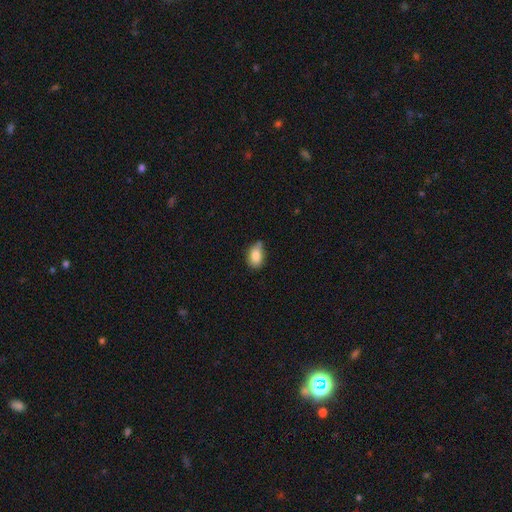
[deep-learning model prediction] A smooth galaxy with no disk features (84%) that is in between round and cigar-shaped (84%).

Vote fractions:
- Smooth or featured? smooth: 84% / star or artifact: 8% / featured or disk: 8%
- How rounded? in between: 84% / round: 15% / cigar-shaped: 2%
- Merging? none: 57% / minor disturbance: 32% / merger: 6% / major disturbance: 5%